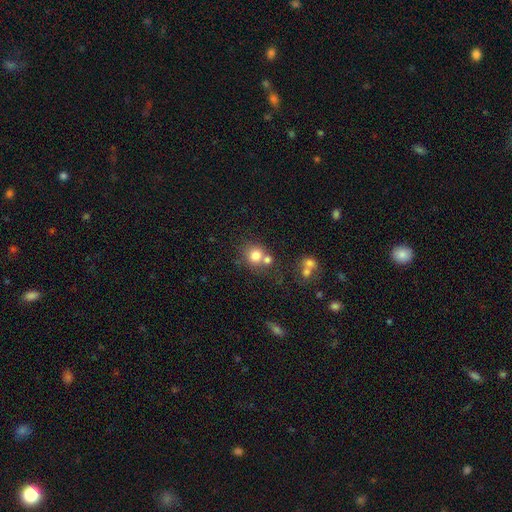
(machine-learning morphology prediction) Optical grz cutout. It shows a smooth galaxy with no disk features (77%) that is round (82%). Merging: none (53%).